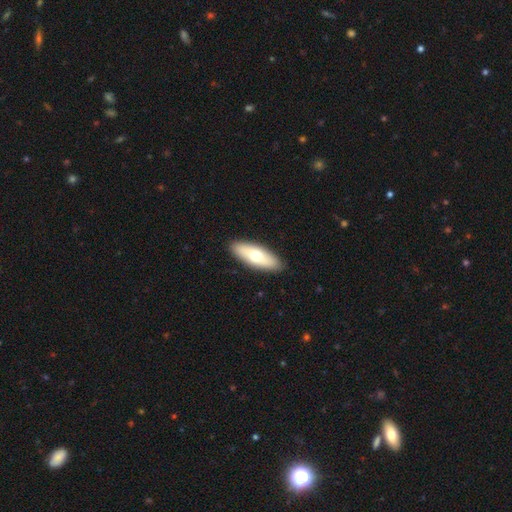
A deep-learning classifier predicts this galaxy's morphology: Smooth or featured: smooth — 64% (featured or disk — 31%)
How rounded: in between — 66% (cigar-shaped — 31%)
Merging: none — 90% (minor disturbance — 7%)